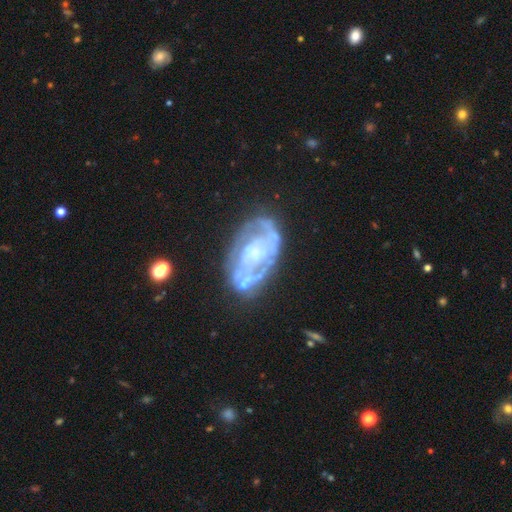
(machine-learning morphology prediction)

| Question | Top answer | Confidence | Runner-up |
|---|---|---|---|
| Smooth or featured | featured or disk | 83% | smooth (10%) |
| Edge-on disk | no | 96% | yes (4%) |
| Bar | no | 62% | weak (28%) |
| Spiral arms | yes | 85% | no (15%) |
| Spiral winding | tight | 54% | medium (35%) |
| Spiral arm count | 2 | 46% | can't tell (29%) |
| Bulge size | small | 43% | moderate (26%) |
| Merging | none | 64% | minor disturbance (20%) |